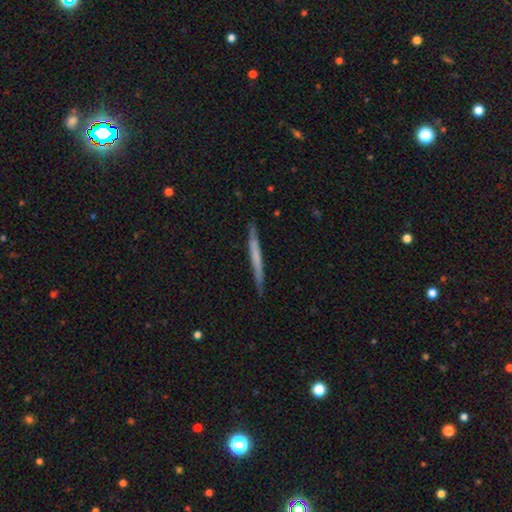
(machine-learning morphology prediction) Smooth or featured? smooth (50%)
Merging? none (87%)